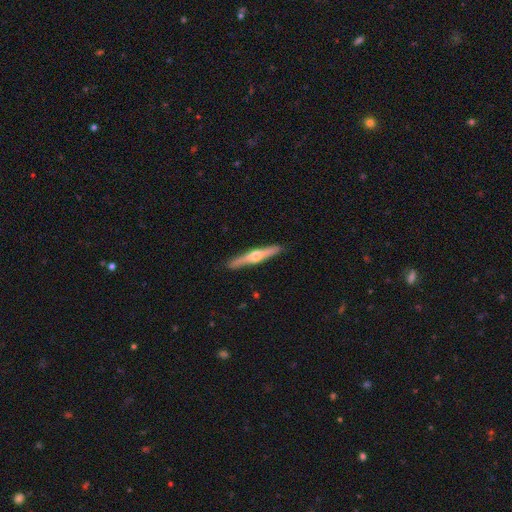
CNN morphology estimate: Overall: featured or disk (68%). Edge-on disk: yes (97%). Edge-on bulge: rounded (92%). Merging: none (91%).